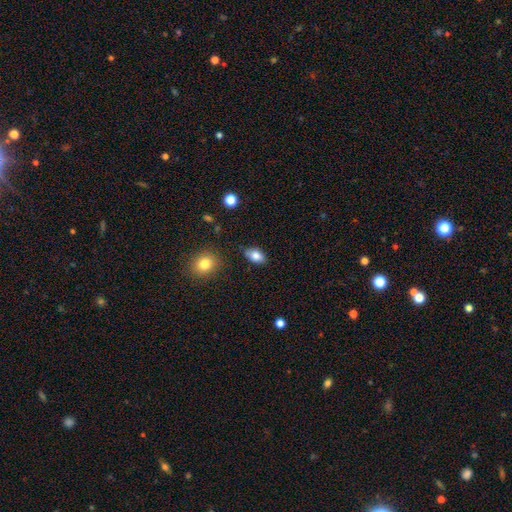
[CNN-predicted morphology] This is clearly a smooth galaxy (83%). How rounded: clearly in between (89%). Merging: clearly none (82%).